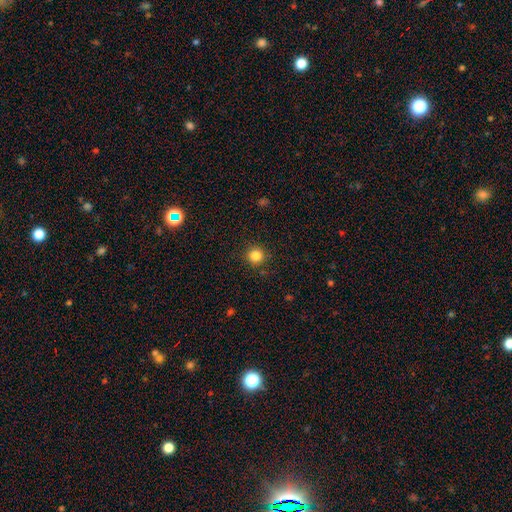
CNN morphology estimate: Smooth or featured? Predicted: smooth (p=0.84). How rounded? Predicted: round (p=0.95). Merging? Predicted: none (p=0.91).